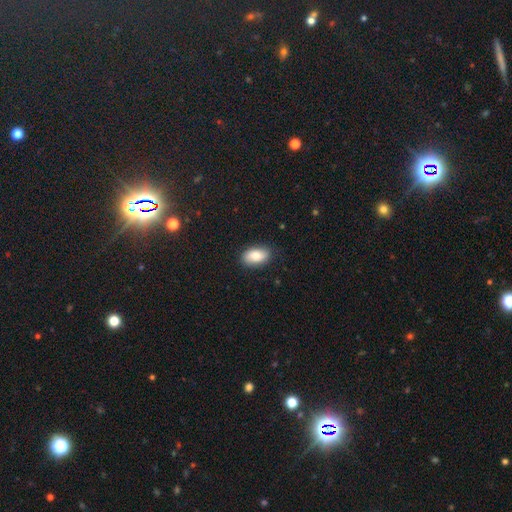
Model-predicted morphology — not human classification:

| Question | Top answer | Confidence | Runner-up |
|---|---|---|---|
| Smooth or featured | smooth | 81% | featured or disk (12%) |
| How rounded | in between | 92% | round (6%) |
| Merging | none | 84% | minor disturbance (12%) |